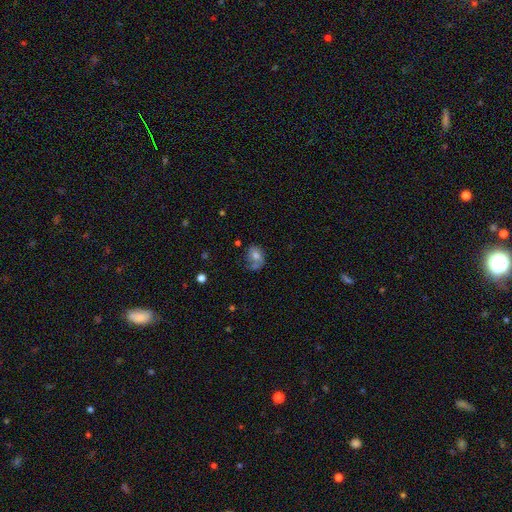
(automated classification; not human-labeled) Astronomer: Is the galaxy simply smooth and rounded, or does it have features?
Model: smooth — 55% (runner-up: featured or disk, 33%).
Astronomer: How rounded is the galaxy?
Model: in between — 57% (runner-up: round, 41%).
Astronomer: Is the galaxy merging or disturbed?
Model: none — 39% (runner-up: minor disturbance, 26%).